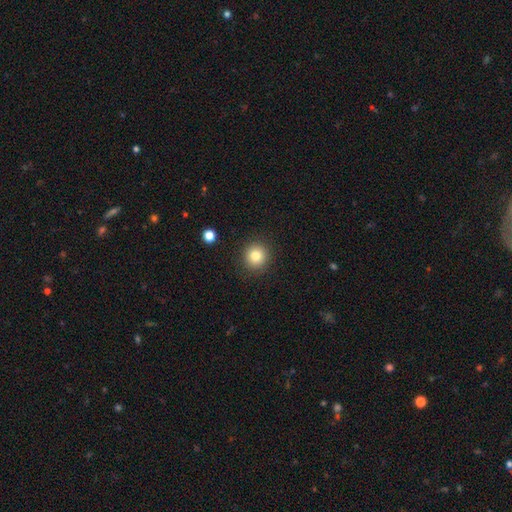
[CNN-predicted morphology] Q: Smooth or featured?
A: smooth (81%); runner-up: star or artifact (11%)
Q: How rounded?
A: round (93%); runner-up: in between (6%)
Q: Merging?
A: none (90%); runner-up: minor disturbance (6%)